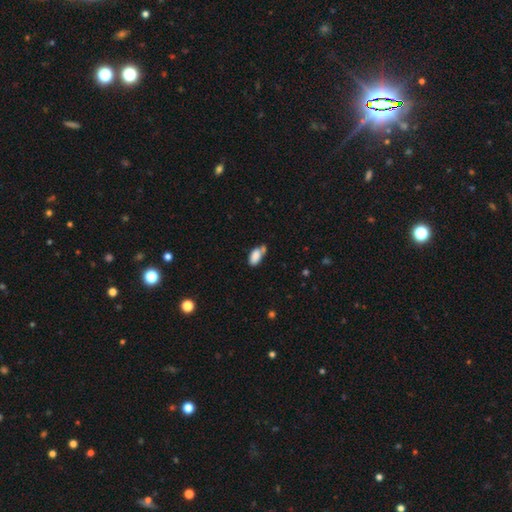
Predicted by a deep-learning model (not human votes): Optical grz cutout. It shows a smooth galaxy with no disk features (85%) that is in between round and cigar-shaped (92%). Merging: none (46%).